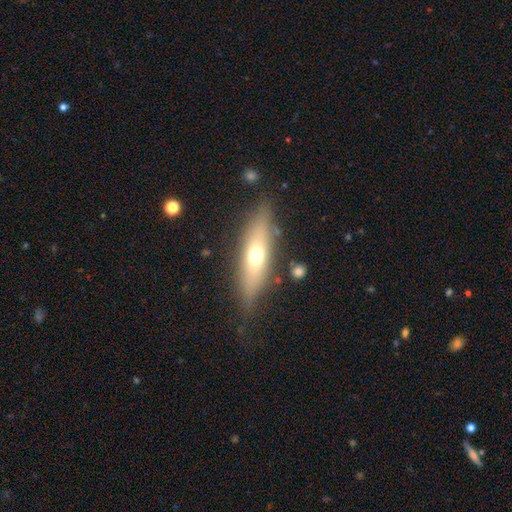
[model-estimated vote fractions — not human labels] The model was most divided on "smooth or featured": smooth: 51%, featured or disk: 42%, star or artifact: 7%. More confident: merging — none (80%); how rounded — cigar-shaped (63%).